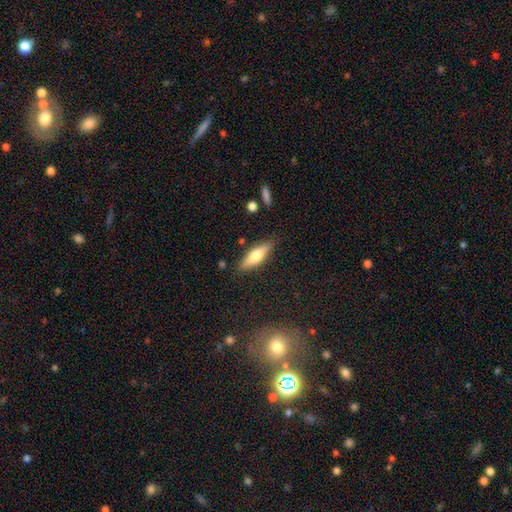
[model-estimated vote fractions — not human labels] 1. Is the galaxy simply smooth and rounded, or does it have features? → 59% smooth, 35% featured or disk, 6% star or artifact.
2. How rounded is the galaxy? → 53% cigar-shaped, 45% in between, 2% round.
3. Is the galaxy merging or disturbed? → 84% none, 11% minor disturbance, 3% major disturbance, 2% merger.